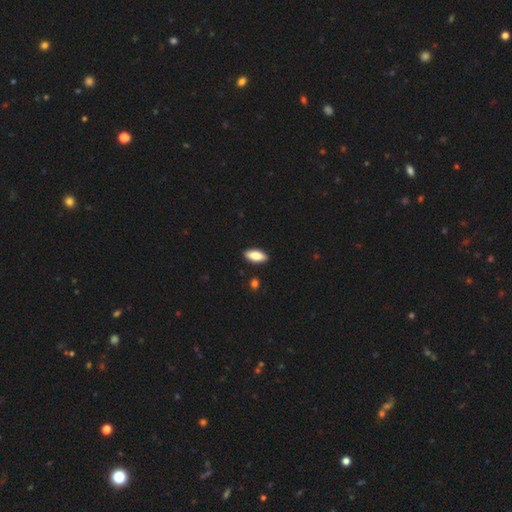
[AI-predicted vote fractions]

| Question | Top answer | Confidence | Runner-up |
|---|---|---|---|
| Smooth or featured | smooth | 82% | featured or disk (12%) |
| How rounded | in between | 82% | cigar-shaped (15%) |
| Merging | none | 90% | minor disturbance (7%) |